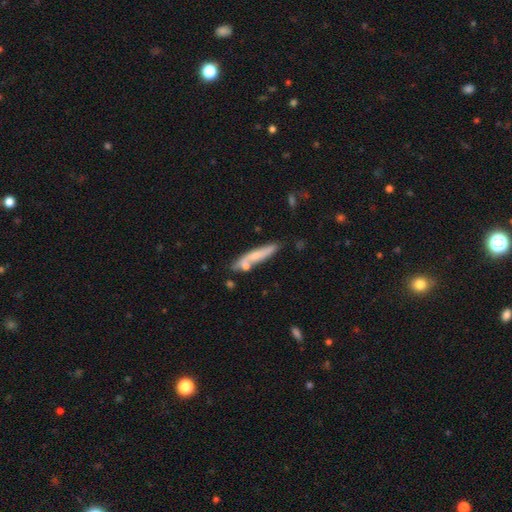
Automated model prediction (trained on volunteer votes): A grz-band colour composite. It shows a smooth galaxy with no disk features (57%) that is cigar-shaped (89%). Merging: none (68%).